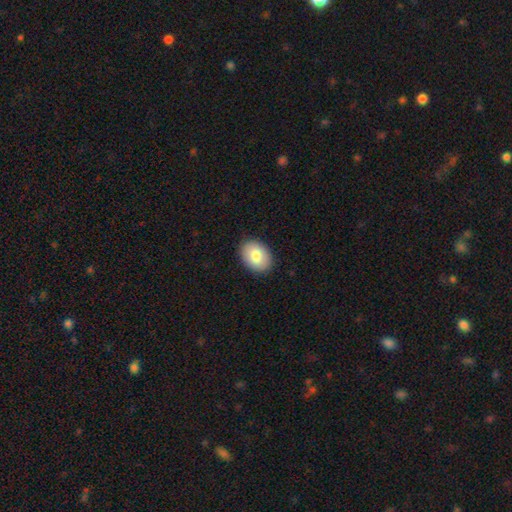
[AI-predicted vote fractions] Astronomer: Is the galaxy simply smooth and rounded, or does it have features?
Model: smooth — 82%.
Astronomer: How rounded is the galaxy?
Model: in between — 76%.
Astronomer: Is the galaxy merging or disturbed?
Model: none — 89%.